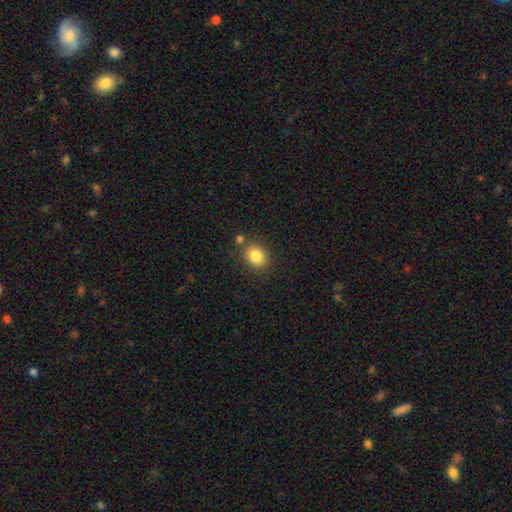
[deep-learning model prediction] A smooth galaxy with no disk features (83%) that is round (67%).

Vote fractions:
- Smooth or featured? smooth: 83% / star or artifact: 10% / featured or disk: 7%
- How rounded? round: 67% / in between: 32% / cigar-shaped: 1%
- Merging? none: 76% / minor disturbance: 11% / merger: 9% / major disturbance: 3%